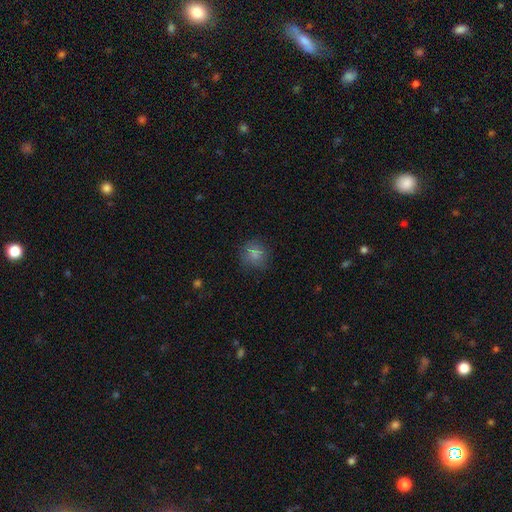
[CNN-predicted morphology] Smooth or featured? smooth (73%)
How rounded? round (87%)
Merging? none (83%)